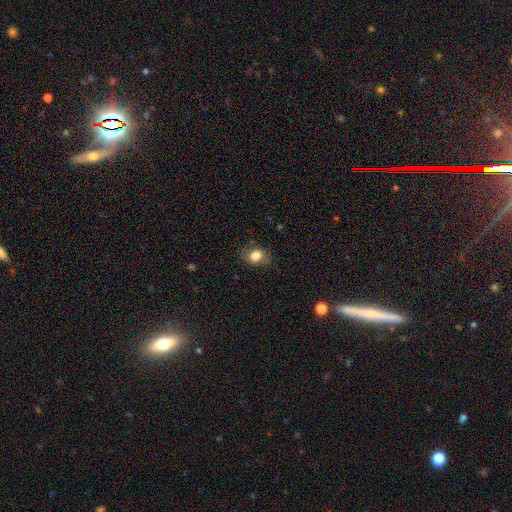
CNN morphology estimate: Smooth or featured: smooth — 80% (featured or disk — 11%)
How rounded: in between — 53% (round — 46%)
Merging: none — 75% (minor disturbance — 18%)